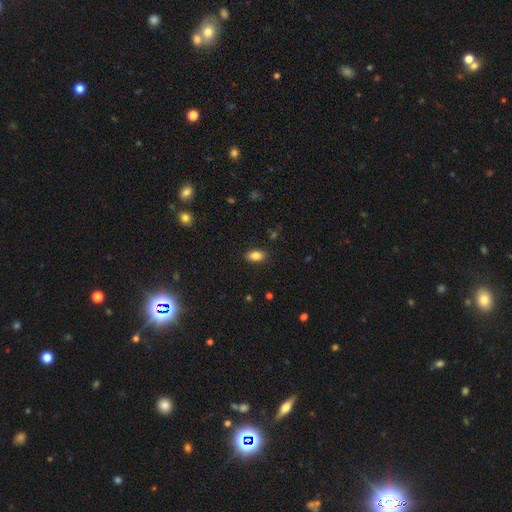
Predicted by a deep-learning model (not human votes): Q: Smooth or featured?
A: smooth (84%); runner-up: star or artifact (9%)
Q: How rounded?
A: in between (90%); runner-up: round (6%)
Q: Merging?
A: none (88%); runner-up: minor disturbance (9%)